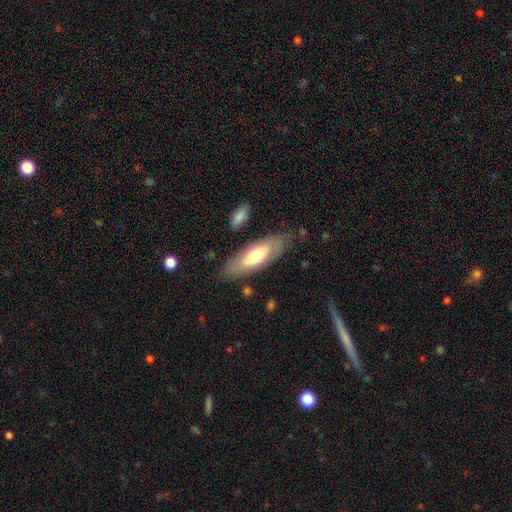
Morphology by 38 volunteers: Q: Smooth or featured?
A: featured or disk (53%); runner-up: smooth (42%)
Q: Edge-on disk?
A: no (65%); runner-up: yes (35%)
Q: Bar?
A: no (62%); runner-up: weak (31%)
Q: Spiral arms?
A: no (100%)
Q: Bulge size?
A: moderate (62%); runner-up: small (23%)
Q: Merging?
A: none (86%); runner-up: minor disturbance (8%)